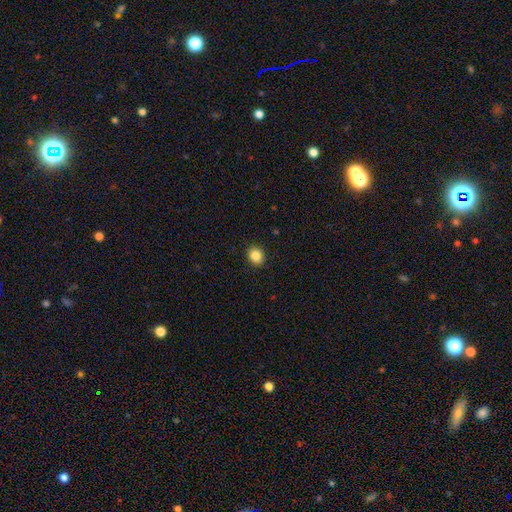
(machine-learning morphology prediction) The model was most divided on "how rounded": round: 63%, in between: 37%, cigar-shaped: 1%. More confident: merging — none (91%); smooth or featured — smooth (86%).